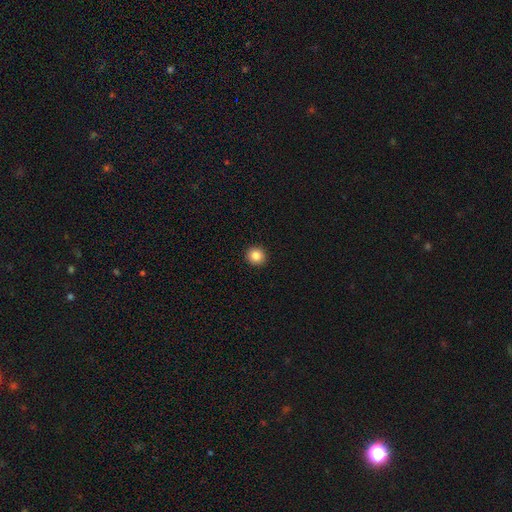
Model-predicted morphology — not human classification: Smooth or featured?
  - smooth: 85% *
  - star or artifact: 10%
  - featured or disk: 5%
How rounded?
  - round: 92% *
  - in between: 7%
  - cigar-shaped: 1%
Merging?
  - none: 93% *
  - minor disturbance: 4%
  - major disturbance: 1%
  - merger: 1%